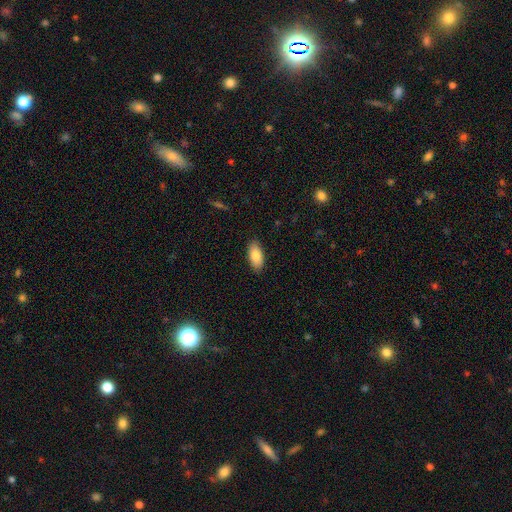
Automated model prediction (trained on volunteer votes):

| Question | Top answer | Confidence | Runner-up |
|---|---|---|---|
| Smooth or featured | smooth | 84% | featured or disk (9%) |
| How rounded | in between | 91% | cigar-shaped (7%) |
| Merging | none | 88% | minor disturbance (9%) |